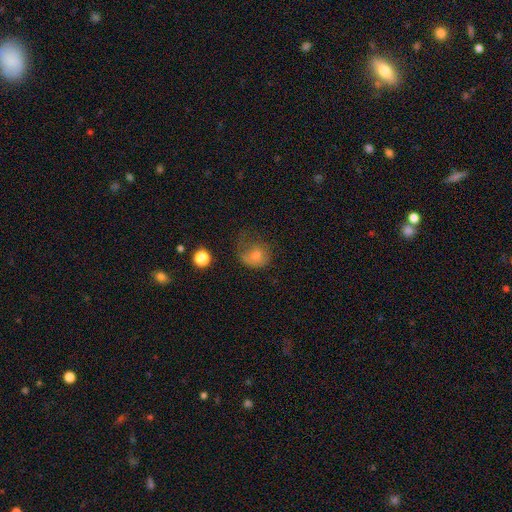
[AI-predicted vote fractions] Overall: smooth (61%; featured or disk 25%). How rounded: round (67%; in between 32%). Merging: none (35%; major disturbance 34%).